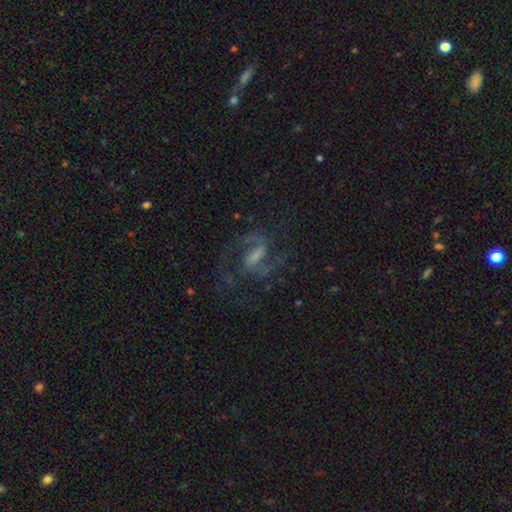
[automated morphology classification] smooth-or-featured: featured or disk: 83% | smooth: 9% | star or artifact: 8%
  disk-edge-on: no: 97% | yes: 3%
    bar: weak: 46% | strong: 39% | no: 14%
    has-spiral-arms: yes: 95% | no: 5%
      spiral-winding: medium: 59% | loose: 26% | tight: 15%
      spiral-arm-count: 2: 87% | can't tell: 5% | 3: 3% | 1: 2% | 4: 1% | more than 4: 1%
    bulge-size: small: 33% | none: 29% | moderate: 27% | large: 10% | dominant: 2%
  merging: none: 66% | major disturbance: 18% | minor disturbance: 15% | merger: 2%